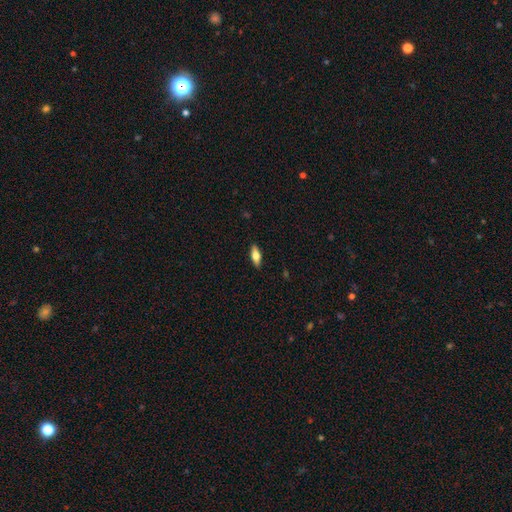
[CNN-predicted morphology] This appears to be a smooth galaxy with no disk features (61%) that is in between round and cigar-shaped (67%). Merging: none (89%).